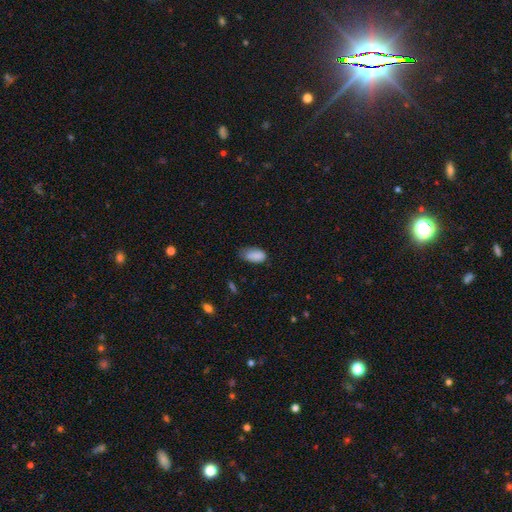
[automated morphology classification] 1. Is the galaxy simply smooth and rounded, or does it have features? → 84% smooth, 8% star or artifact, 8% featured or disk.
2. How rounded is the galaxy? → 93% in between, 4% round, 3% cigar-shaped.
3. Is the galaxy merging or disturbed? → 47% none, 40% minor disturbance, 11% major disturbance, 3% merger.